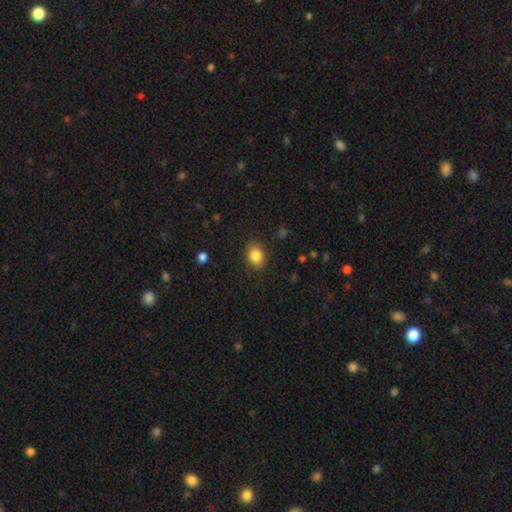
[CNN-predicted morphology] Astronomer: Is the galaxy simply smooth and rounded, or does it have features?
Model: smooth — 85%.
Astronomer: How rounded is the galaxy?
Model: in between — 64%.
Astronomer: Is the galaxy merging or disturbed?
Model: none — 85%.